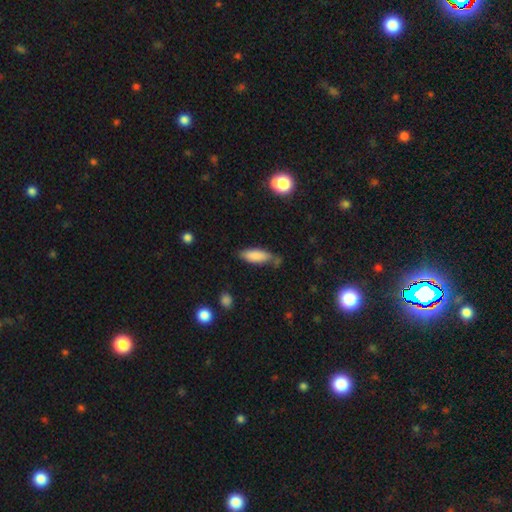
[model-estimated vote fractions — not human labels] Morphology: type=smooth (85%); roundness=in between (60%); merging=none (67%).